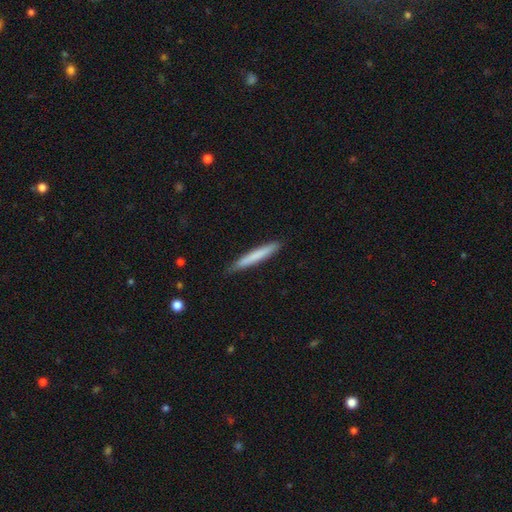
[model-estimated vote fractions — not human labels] smooth-or-featured: smooth: 74% | featured or disk: 21% | star or artifact: 5%
  how-rounded: cigar-shaped: 96% | in between: 3% | round: 1%
  merging: none: 86% | minor disturbance: 12% | major disturbance: 2% | merger: 1%